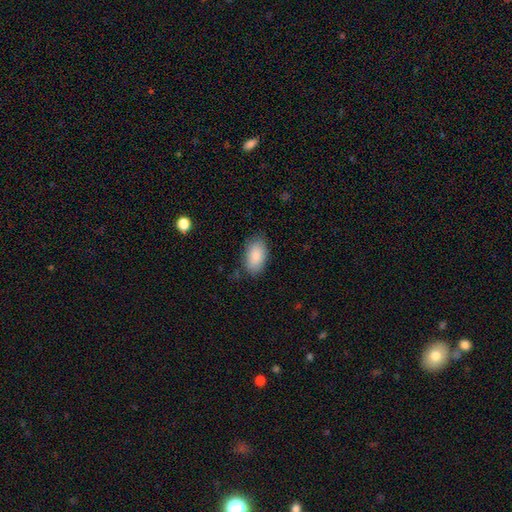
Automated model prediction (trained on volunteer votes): A smooth galaxy with no disk features (88%) that is in between round and cigar-shaped (94%).

Vote fractions:
- Smooth or featured? smooth: 88% / featured or disk: 6% / star or artifact: 6%
- How rounded? in between: 94% / round: 4% / cigar-shaped: 2%
- Merging? none: 79% / minor disturbance: 16% / major disturbance: 4% / merger: 1%